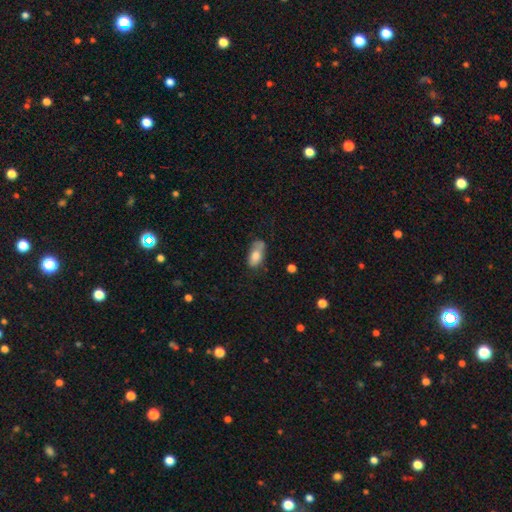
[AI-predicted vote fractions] The model was most divided on "merging": none: 45%, minor disturbance: 33%, major disturbance: 13%, merger: 10%. More confident: how rounded — in between (89%); smooth or featured — smooth (76%).